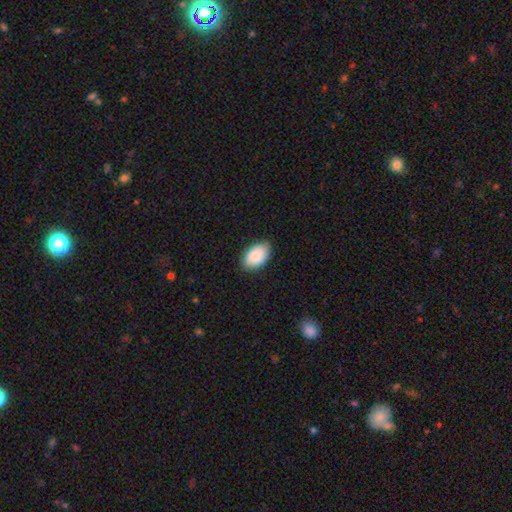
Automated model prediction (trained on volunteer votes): Smooth or featured? smooth (89%)
How rounded? in between (93%)
Merging? none (84%)